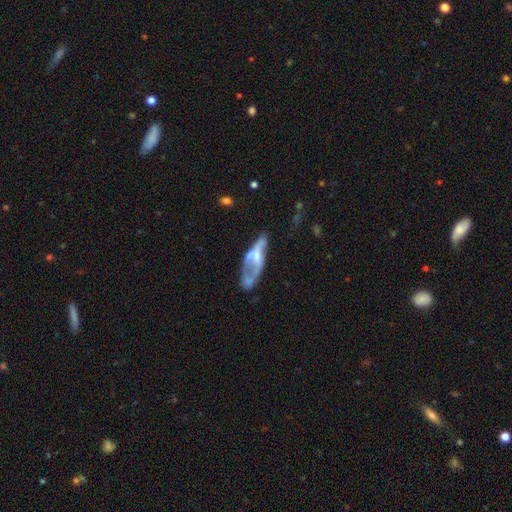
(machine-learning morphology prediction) type=featured or disk (53%); edge-on=no (82%); merging=major disturbance (36%).